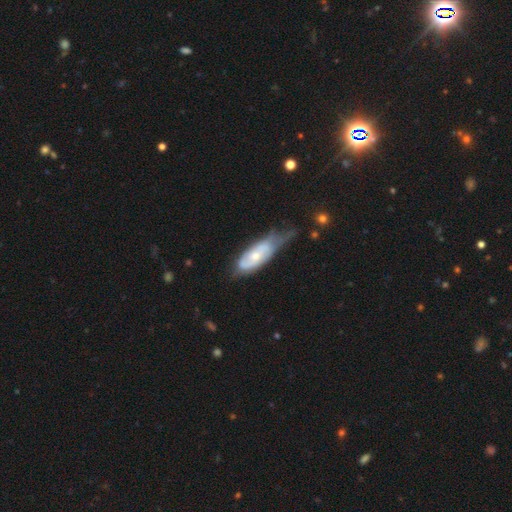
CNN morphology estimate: smooth_or_featured: featured or disk (p=0.61) [alt: smooth p=0.33]
disk_edge_on: no (p=0.87) [alt: yes p=0.13]
bar: no (p=0.76) [alt: weak p=0.20]
has_spiral_arms: yes (p=0.66) [alt: no p=0.34]
bulge_size: small (p=0.48) [alt: moderate p=0.47]
merging: minor disturbance (p=0.41) [alt: none p=0.31]